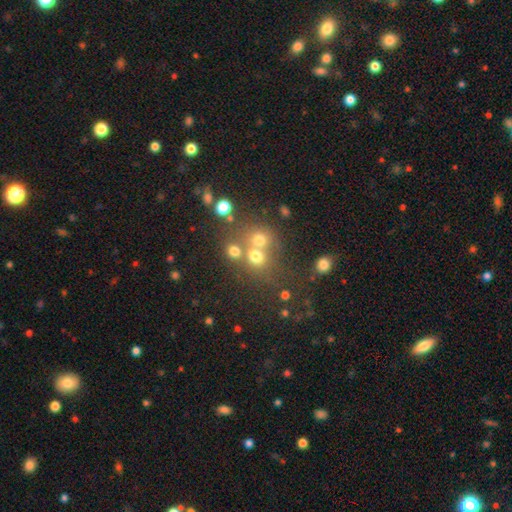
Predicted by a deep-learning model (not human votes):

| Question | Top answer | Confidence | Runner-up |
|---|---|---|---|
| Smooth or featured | smooth | 68% | star or artifact (19%) |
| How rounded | round | 78% | in between (21%) |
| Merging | none | 45% | merger (41%) |